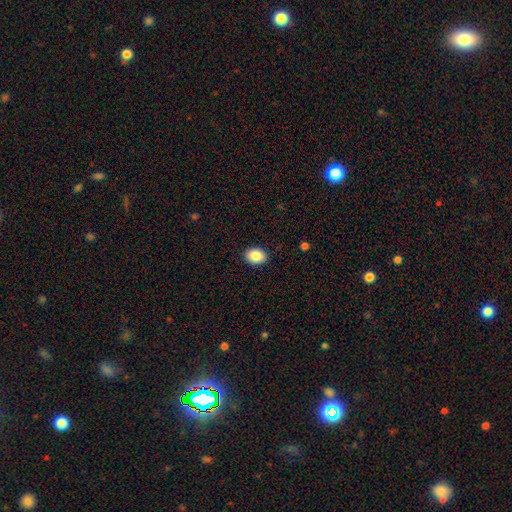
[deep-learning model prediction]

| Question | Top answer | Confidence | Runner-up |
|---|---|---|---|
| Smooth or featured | smooth | 87% | star or artifact (8%) |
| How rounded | in between | 72% | round (27%) |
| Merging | none | 90% | minor disturbance (7%) |